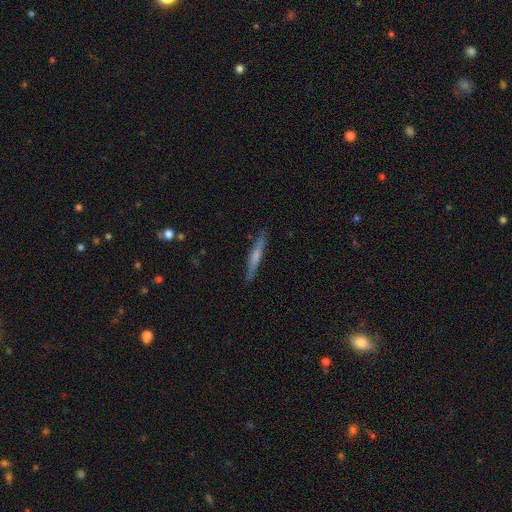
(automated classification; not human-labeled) Smooth or featured: smooth — 51% (featured or disk — 43%)
How rounded: cigar-shaped — 95% (in between — 4%)
Merging: none — 89% (minor disturbance — 8%)